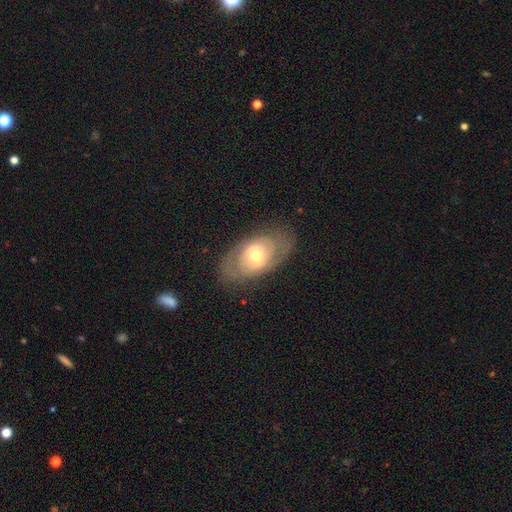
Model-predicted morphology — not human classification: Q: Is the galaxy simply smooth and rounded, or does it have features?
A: featured or disk — 58%.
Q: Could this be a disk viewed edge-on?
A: no — 91%.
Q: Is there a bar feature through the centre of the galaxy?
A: no — 48%.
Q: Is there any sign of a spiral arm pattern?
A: yes — 56%.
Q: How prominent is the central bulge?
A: moderate — 62%.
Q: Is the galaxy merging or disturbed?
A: none — 74%.